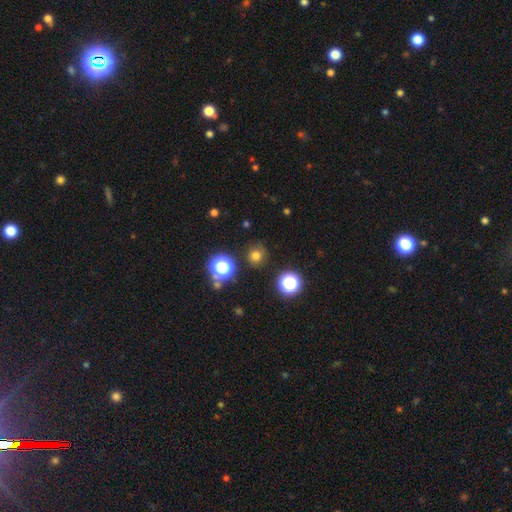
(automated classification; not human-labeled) This appears to be a smooth galaxy with no disk features (71%) that is round (90%). Merging: none (86%).